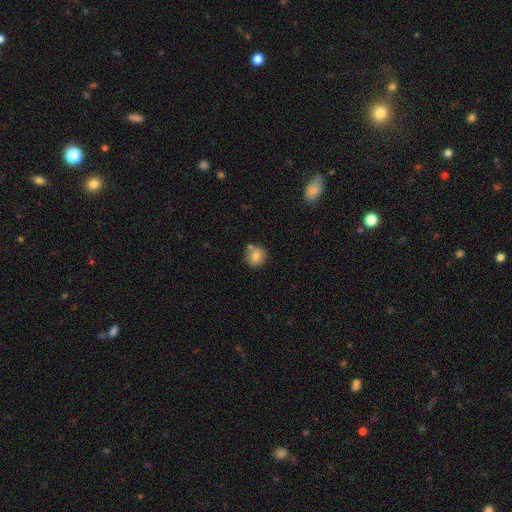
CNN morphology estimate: This is clearly a smooth galaxy (81%). How rounded: clearly round (86%). Merging: likely none (73%).